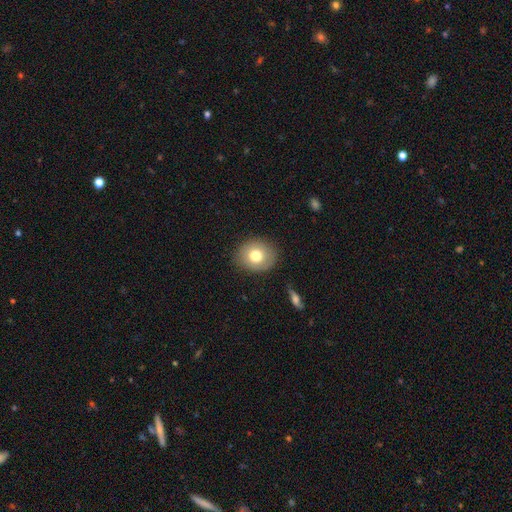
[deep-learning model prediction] Smooth or featured? smooth (73%)
How rounded? round (65%)
Merging? none (85%)